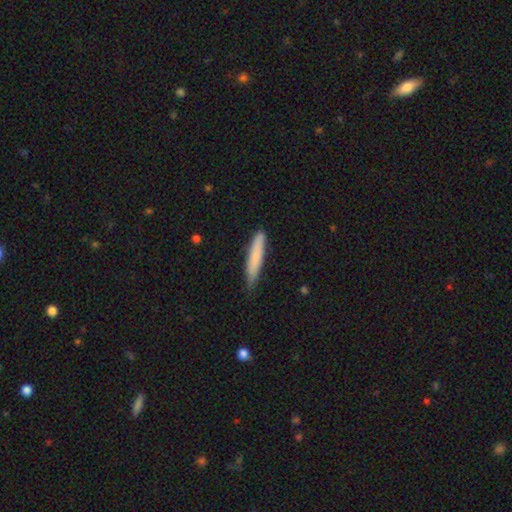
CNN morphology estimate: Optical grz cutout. It shows a smooth galaxy with no disk features (77%) that is cigar-shaped (92%). Merging: none (76%).